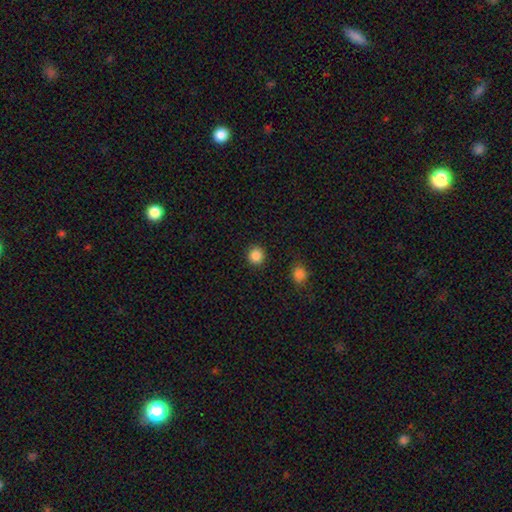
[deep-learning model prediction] Smooth or featured? Predicted: smooth (p=0.87). How rounded? Predicted: round (p=0.93). Merging? Predicted: none (p=0.91).